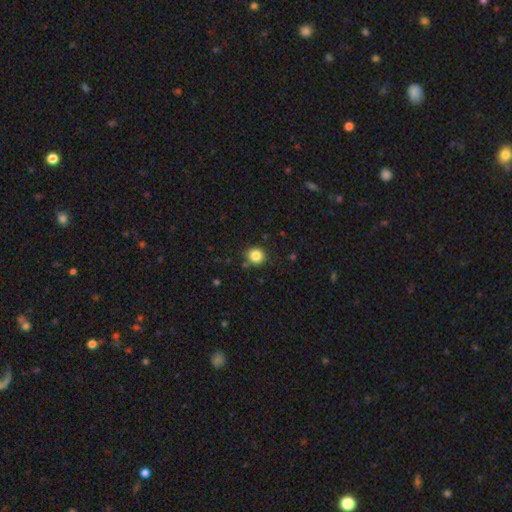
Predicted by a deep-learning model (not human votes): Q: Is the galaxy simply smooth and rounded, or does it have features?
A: smooth — 84%.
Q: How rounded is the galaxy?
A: round — 87%.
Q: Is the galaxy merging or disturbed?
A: none — 85%.